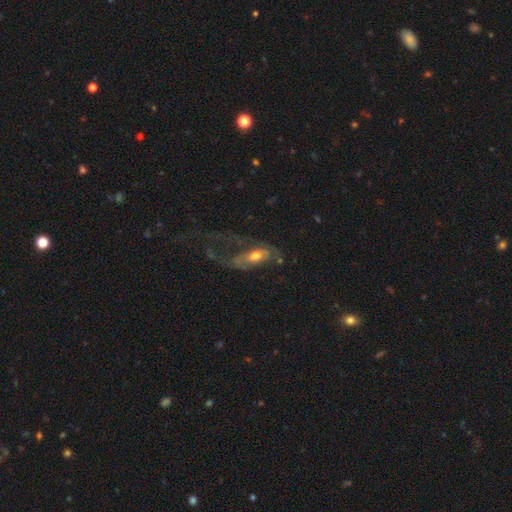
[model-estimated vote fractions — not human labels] smooth_or_featured: featured or disk (p=0.57) [alt: smooth p=0.35]
disk_edge_on: no (p=0.84) [alt: yes p=0.16]
merging: major disturbance (p=0.55) [alt: none p=0.25]